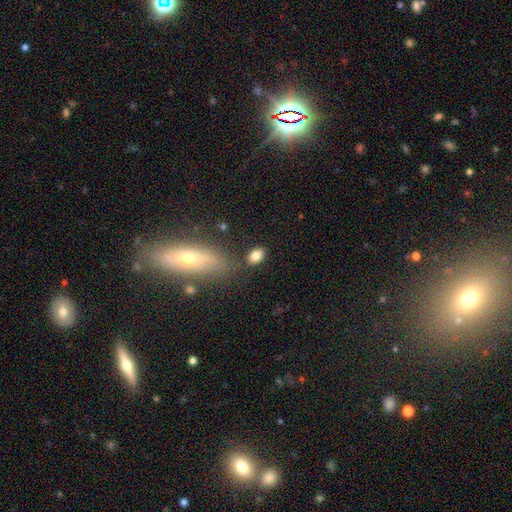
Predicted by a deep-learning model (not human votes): A smooth galaxy with no disk features (82%) that is in between round and cigar-shaped (82%). Merging: none (80%).